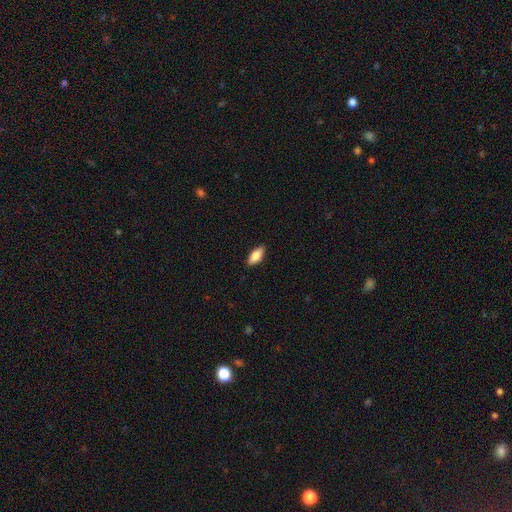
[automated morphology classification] smooth_or_featured: smooth (p=0.80) [alt: featured or disk p=0.14]
how_rounded: in between (p=0.83) [alt: cigar-shaped p=0.15]
merging: none (p=0.87) [alt: minor disturbance p=0.10]